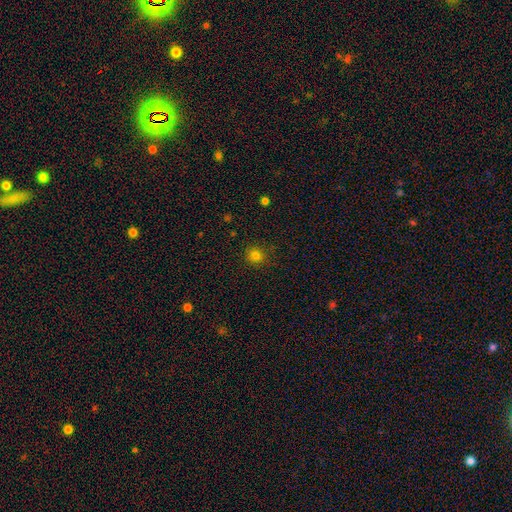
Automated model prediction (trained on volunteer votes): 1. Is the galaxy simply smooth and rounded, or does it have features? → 80% smooth, 15% star or artifact, 5% featured or disk.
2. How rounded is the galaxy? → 89% round, 10% in between, 1% cigar-shaped.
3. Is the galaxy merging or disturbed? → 88% none, 9% minor disturbance, 3% major disturbance, 1% merger.